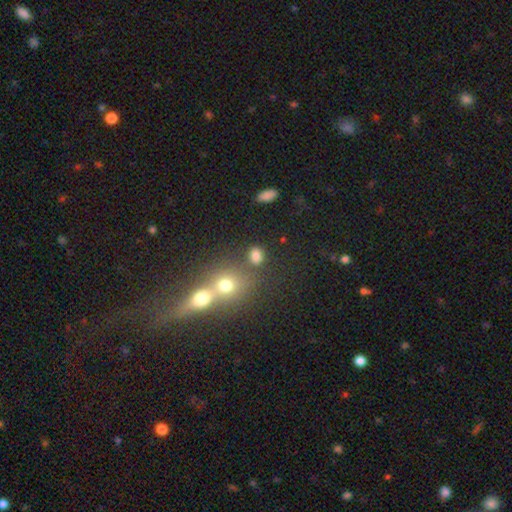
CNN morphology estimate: This appears to be a smooth galaxy with no disk features (77%) that is in between round and cigar-shaped (53%). Merging: none (65%).